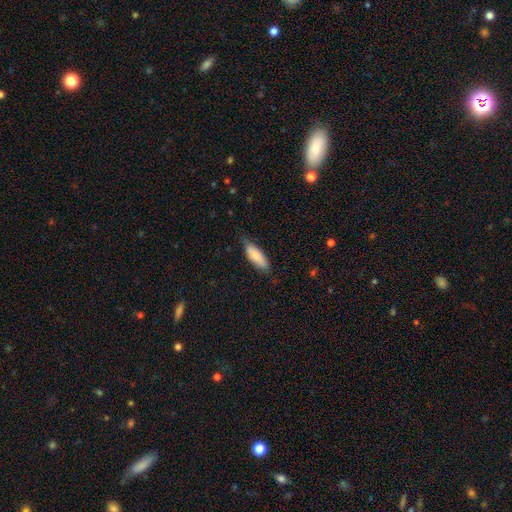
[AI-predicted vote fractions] smooth-or-featured: smooth: 76% | featured or disk: 18% | star or artifact: 6%
  how-rounded: in between: 71% | cigar-shaped: 27% | round: 2%
  merging: none: 74% | minor disturbance: 21% | major disturbance: 3% | merger: 1%